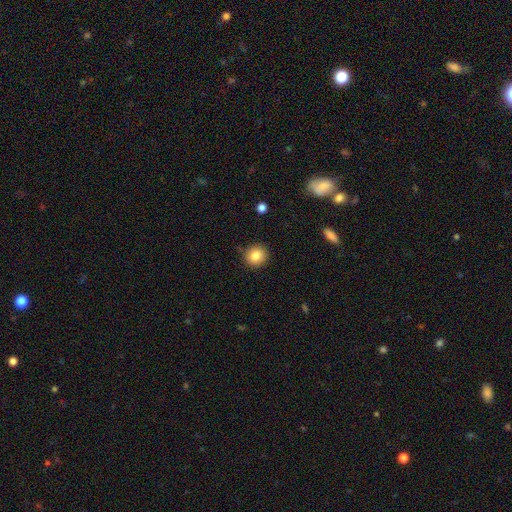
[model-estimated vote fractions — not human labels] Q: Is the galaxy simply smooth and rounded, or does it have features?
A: smooth — 83%.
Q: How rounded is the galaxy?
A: round — 87%.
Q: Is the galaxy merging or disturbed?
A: none — 88%.